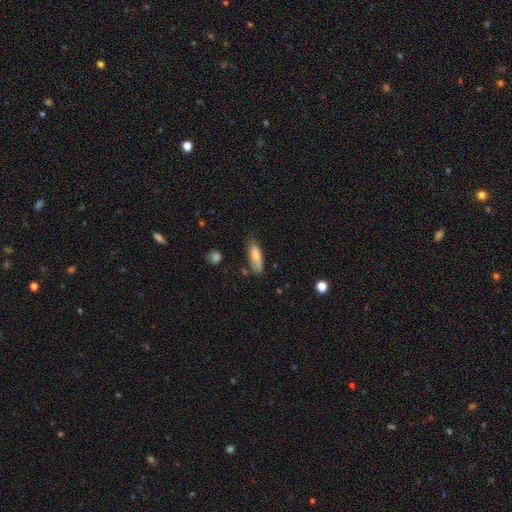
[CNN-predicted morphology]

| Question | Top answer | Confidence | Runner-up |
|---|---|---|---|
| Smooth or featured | smooth | 75% | featured or disk (18%) |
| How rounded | in between | 59% | cigar-shaped (38%) |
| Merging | none | 64% | minor disturbance (26%) |